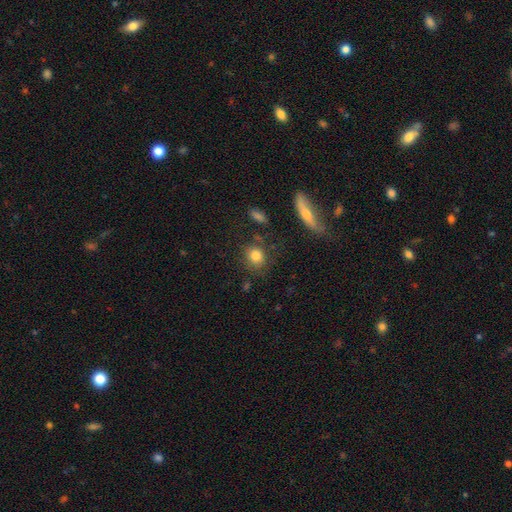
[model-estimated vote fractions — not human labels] smooth-or-featured: smooth: 81% | star or artifact: 10% | featured or disk: 9%
  how-rounded: round: 71% | in between: 27% | cigar-shaped: 2%
  merging: none: 75% | minor disturbance: 14% | merger: 6% | major disturbance: 5%